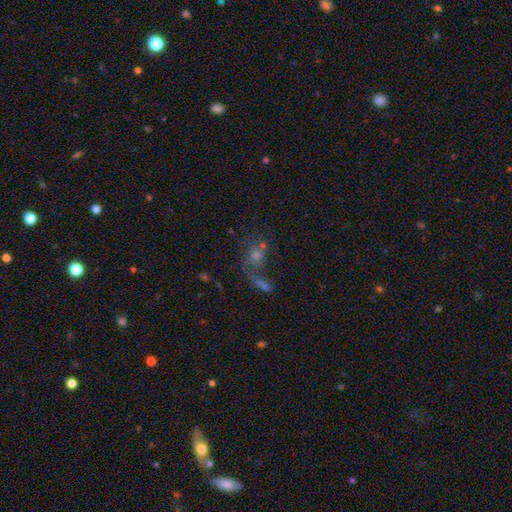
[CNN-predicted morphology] smooth_or_featured: smooth (p=0.36) [alt: star or artifact p=0.34]
merging: none (p=0.38) [alt: merger p=0.36]